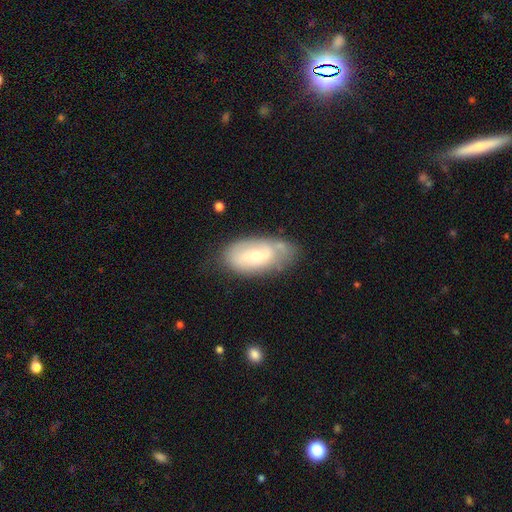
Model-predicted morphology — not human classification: Smooth or featured? featured or disk (53%)
Edge-on disk? no (91%)
Merging? none (57%)